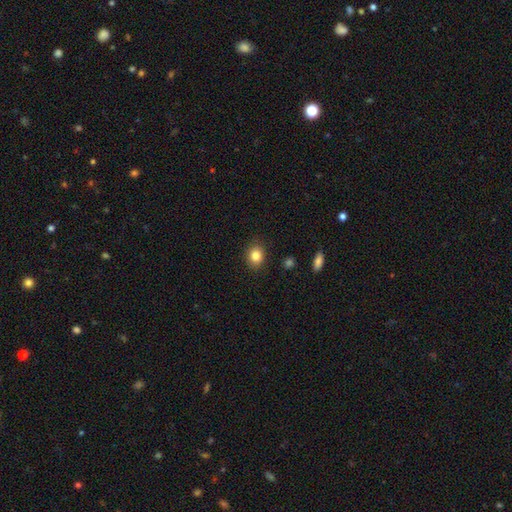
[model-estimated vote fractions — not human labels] This is clearly a smooth galaxy (84%). How rounded: possibly round (60%). Merging: clearly none (89%).